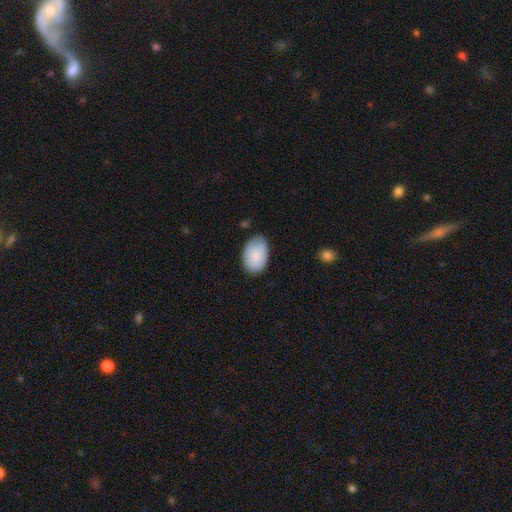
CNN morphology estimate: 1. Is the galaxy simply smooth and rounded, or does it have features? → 85% smooth, 9% featured or disk, 6% star or artifact.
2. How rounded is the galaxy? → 89% in between, 10% round, 1% cigar-shaped.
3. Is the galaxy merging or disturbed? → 75% none, 20% minor disturbance, 3% major disturbance, 1% merger.